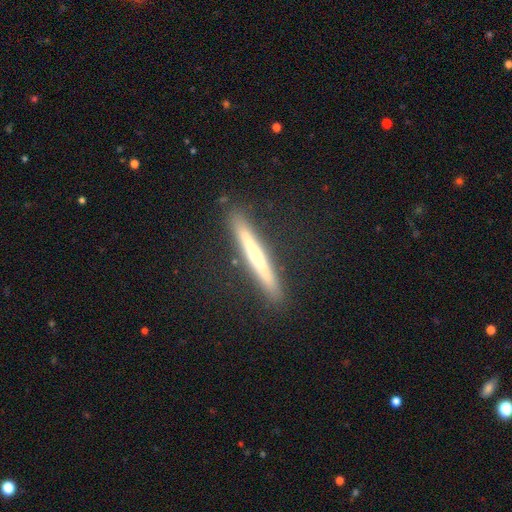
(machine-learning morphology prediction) featured or disk 54%, smooth 39%, star or artifact 7%. Down the decision tree: edge-on disk — yes (96%); edge-on bulge — none (60%); merging — none (90%).